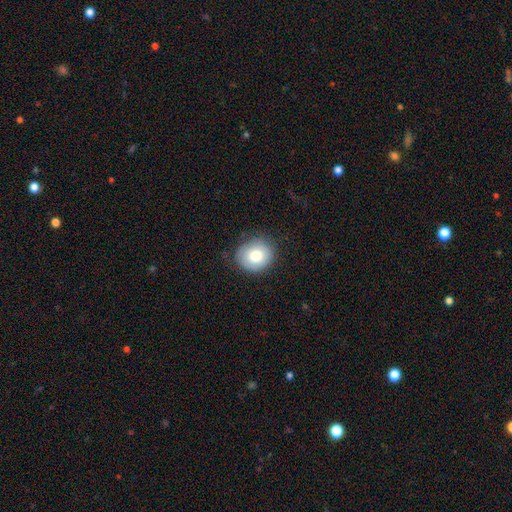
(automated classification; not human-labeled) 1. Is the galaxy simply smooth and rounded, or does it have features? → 80% smooth, 12% featured or disk, 8% star or artifact.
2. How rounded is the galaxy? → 78% round, 22% in between, 1% cigar-shaped.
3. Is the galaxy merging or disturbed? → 82% none, 14% minor disturbance, 3% major disturbance, 1% merger.